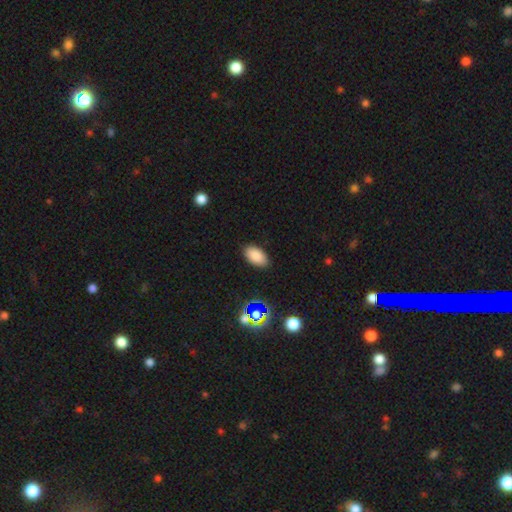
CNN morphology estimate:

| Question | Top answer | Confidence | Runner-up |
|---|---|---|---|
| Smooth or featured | smooth | 83% | star or artifact (12%) |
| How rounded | in between | 94% | round (4%) |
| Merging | none | 87% | minor disturbance (10%) |